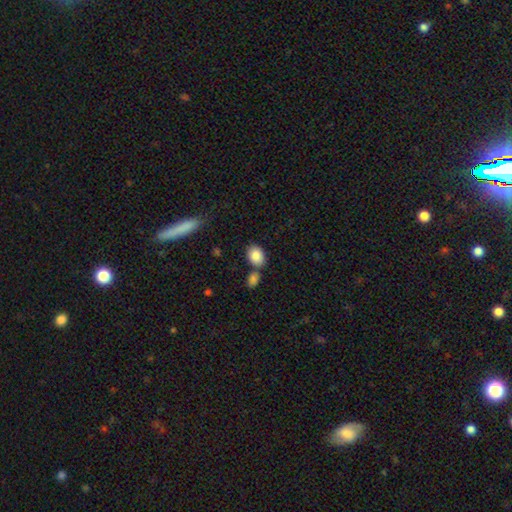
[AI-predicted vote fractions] smooth_or_featured: smooth (p=0.86) [alt: star or artifact p=0.07]
how_rounded: in between (p=0.77) [alt: round p=0.22]
merging: none (p=0.65) [alt: merger p=0.20]